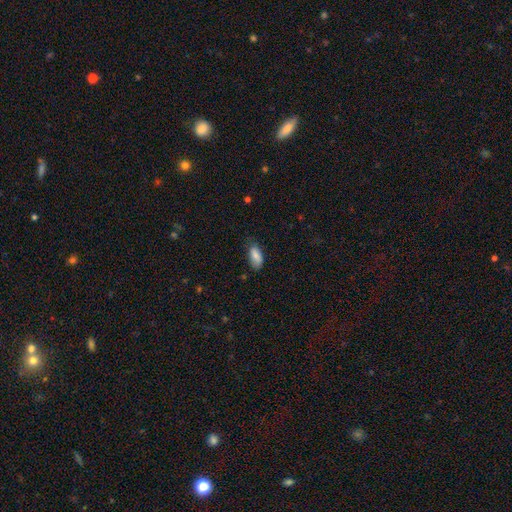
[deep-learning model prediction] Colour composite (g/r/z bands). It shows a smooth galaxy with no disk features (83%) that is in between round and cigar-shaped (88%). Merging: none (64%).